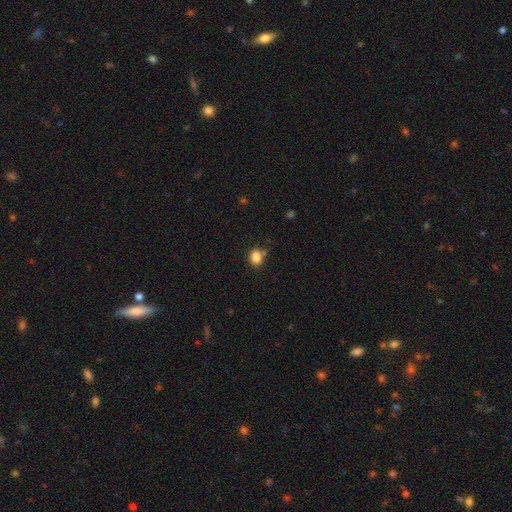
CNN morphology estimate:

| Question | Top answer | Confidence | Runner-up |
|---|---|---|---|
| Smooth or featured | smooth | 85% | star or artifact (11%) |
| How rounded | in between | 61% | round (37%) |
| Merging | none | 66% | minor disturbance (19%) |